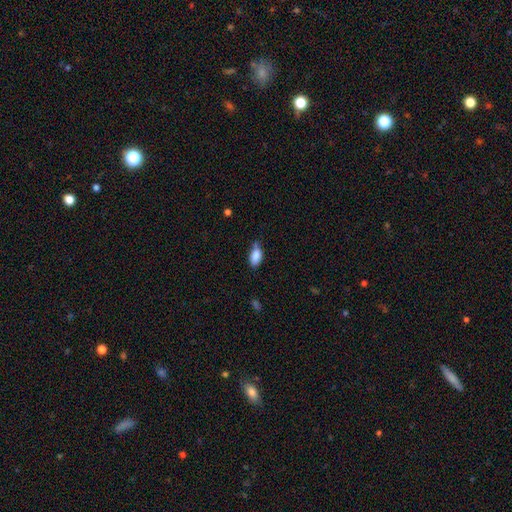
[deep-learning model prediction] The model was most divided on "merging": none: 59%, minor disturbance: 30%, major disturbance: 6%, merger: 5%. More confident: how rounded — in between (90%); smooth or featured — smooth (86%).